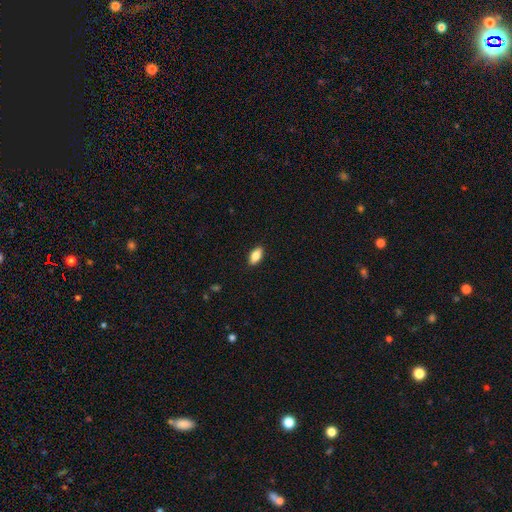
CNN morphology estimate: smooth-or-featured: smooth: 83% | featured or disk: 10% | star or artifact: 7%
  how-rounded: in between: 90% | cigar-shaped: 6% | round: 3%
  merging: none: 89% | minor disturbance: 8% | major disturbance: 2% | merger: 1%